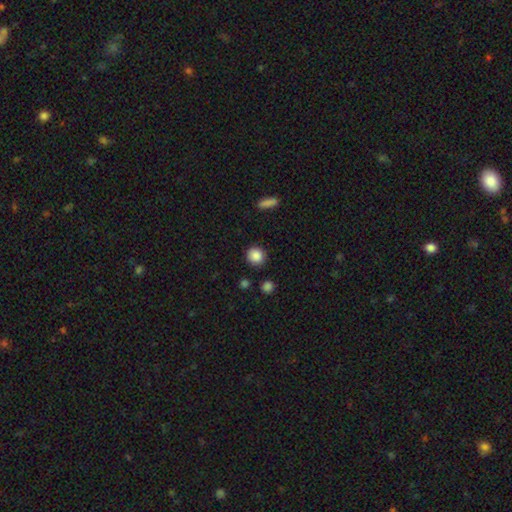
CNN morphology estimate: This is clearly a smooth galaxy (87%). How rounded: clearly round (88%). Merging: clearly none (88%).